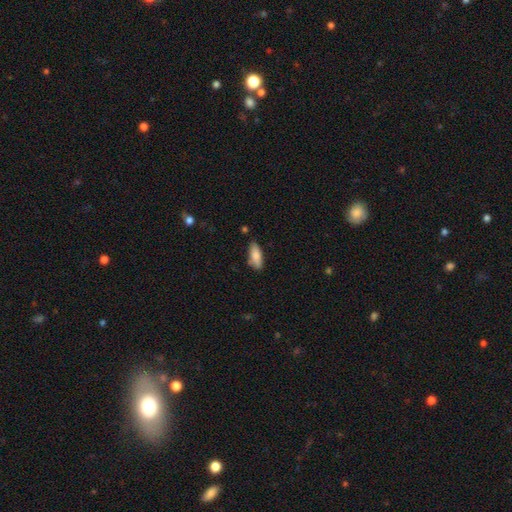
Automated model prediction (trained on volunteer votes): Smooth or featured? smooth (83%)
How rounded? in between (74%)
Merging? none (75%)